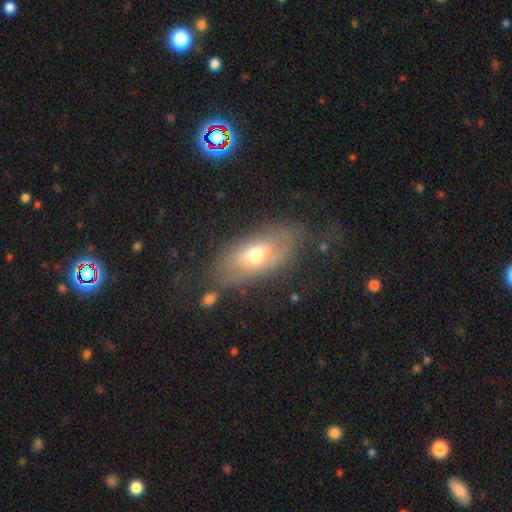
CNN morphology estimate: Smooth or featured? Predicted: smooth (p=0.54). How rounded? Predicted: in between (p=0.87). Merging? Predicted: none (p=0.63).